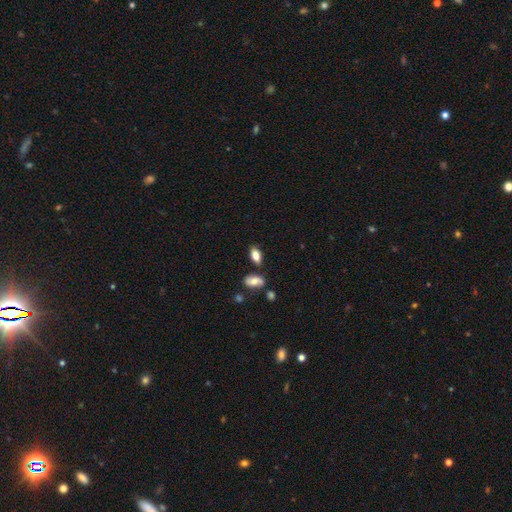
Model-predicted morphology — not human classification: A smooth galaxy with no disk features (79%) that is in between round and cigar-shaped (89%). Merging: none (78%).